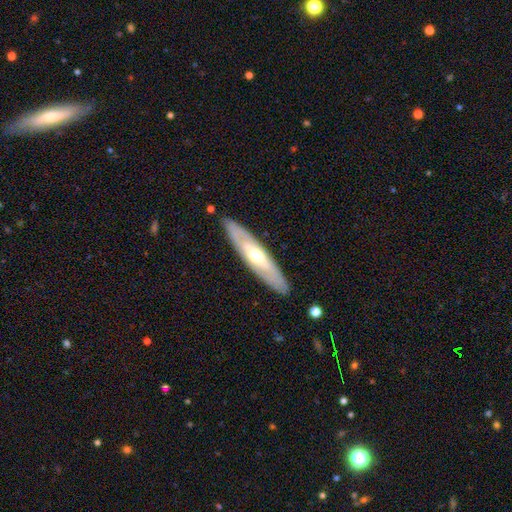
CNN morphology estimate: smooth_or_featured: featured or disk (p=0.62) [alt: smooth p=0.33]
disk_edge_on: yes (p=0.51) [alt: no p=0.49]
merging: none (p=0.88) [alt: minor disturbance p=0.09]